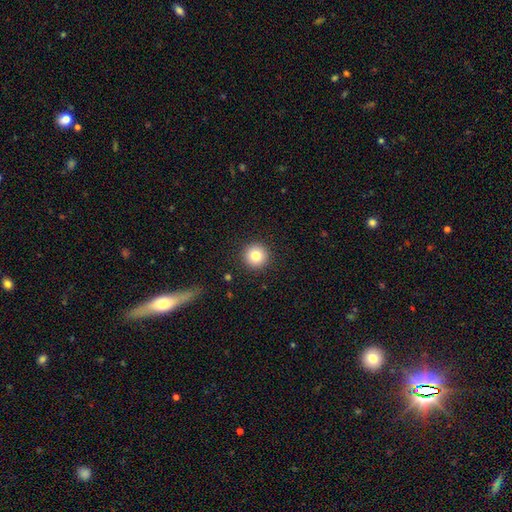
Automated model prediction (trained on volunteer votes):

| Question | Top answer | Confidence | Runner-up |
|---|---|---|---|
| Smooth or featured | smooth | 82% | star or artifact (10%) |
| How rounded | round | 96% | in between (3%) |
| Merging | none | 92% | minor disturbance (5%) |